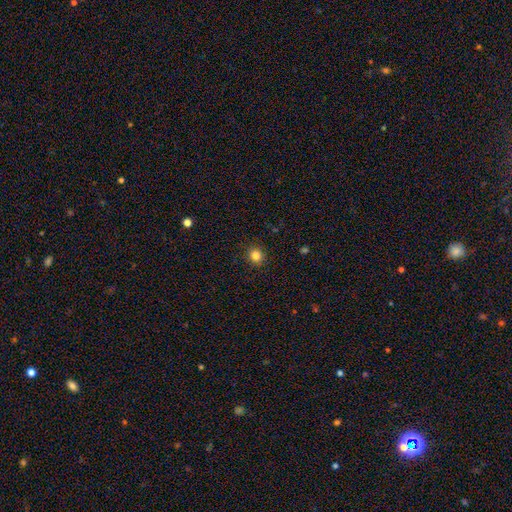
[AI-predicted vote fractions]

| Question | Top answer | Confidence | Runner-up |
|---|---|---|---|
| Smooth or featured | smooth | 83% | star or artifact (12%) |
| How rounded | round | 87% | in between (12%) |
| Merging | none | 92% | minor disturbance (6%) |